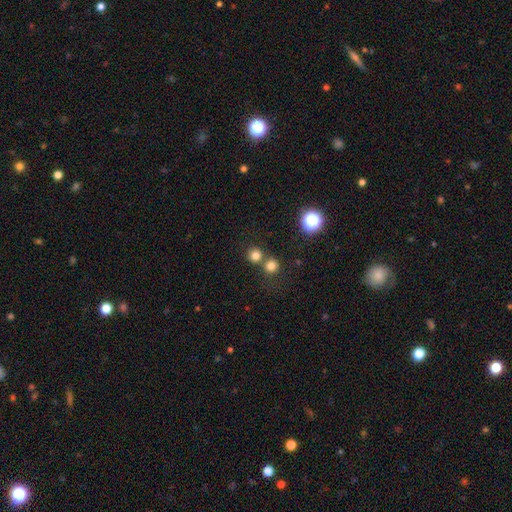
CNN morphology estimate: Smooth or featured?
  - smooth: 77% *
  - star or artifact: 17%
  - featured or disk: 6%
How rounded?
  - round: 91% *
  - in between: 8%
  - cigar-shaped: 1%
Merging?
  - none: 63% *
  - merger: 28%
  - minor disturbance: 6%
  - major disturbance: 3%